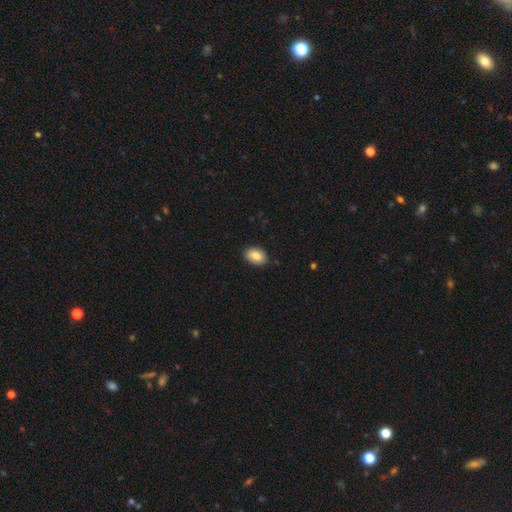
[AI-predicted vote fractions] A smooth galaxy with no disk features (84%) that is in between round and cigar-shaped (87%).

Vote fractions:
- Smooth or featured? smooth: 84% / featured or disk: 9% / star or artifact: 7%
- How rounded? in between: 87% / round: 12% / cigar-shaped: 1%
- Merging? none: 87% / minor disturbance: 10% / major disturbance: 2% / merger: 1%